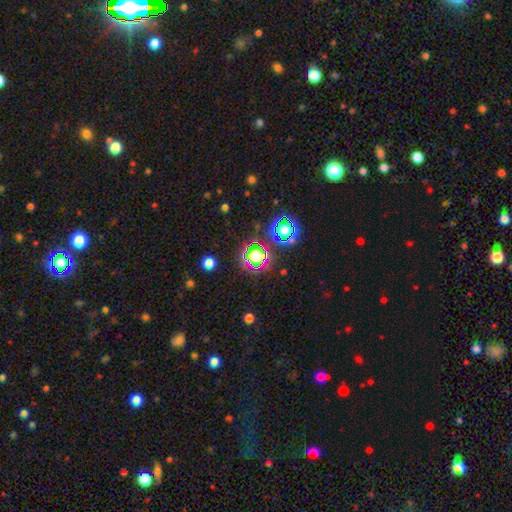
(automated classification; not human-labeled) This is possibly a star or artifact rather than a galaxy (58%).